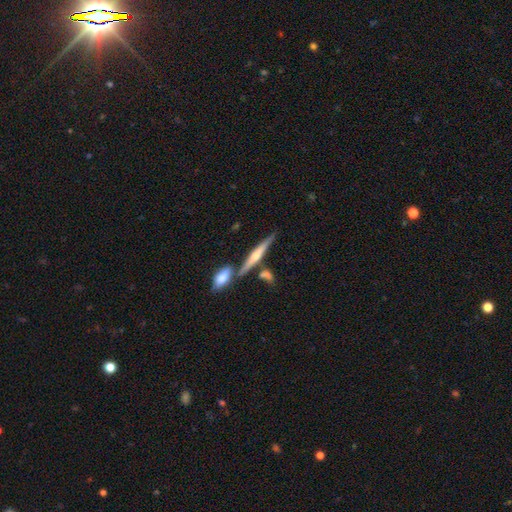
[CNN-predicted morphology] Overall: featured or disk (65%; smooth 28%). Edge-on disk: yes (96%). Edge-on bulge: rounded (87%). Merging: none (71%).